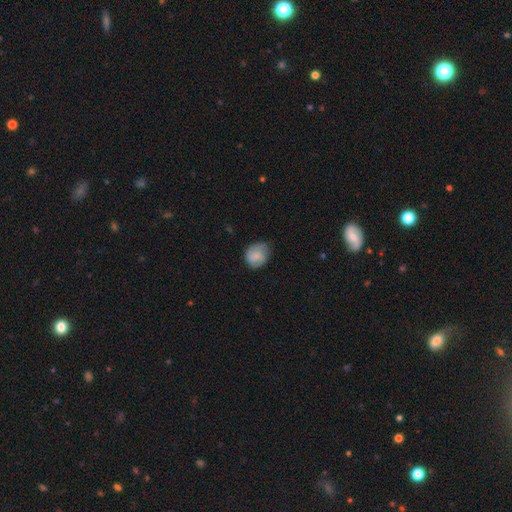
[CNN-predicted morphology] smooth-or-featured: smooth: 68% | featured or disk: 25% | star or artifact: 7%
  how-rounded: round: 65% | in between: 34% | cigar-shaped: 1%
  merging: none: 56% | minor disturbance: 33% | major disturbance: 9% | merger: 1%